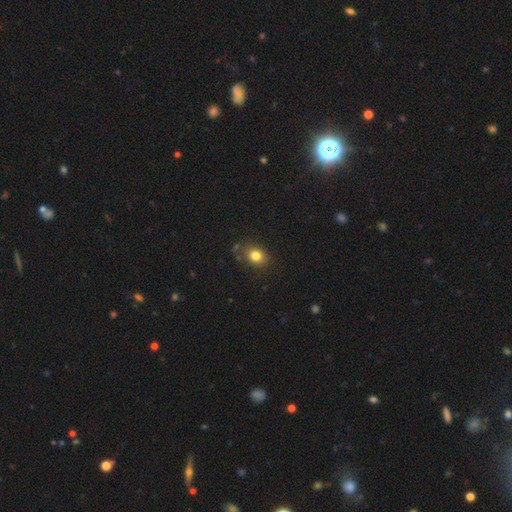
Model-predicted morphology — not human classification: smooth_or_featured: smooth (p=0.81) [alt: star or artifact p=0.12]
how_rounded: round (p=0.57) [alt: in between p=0.42]
merging: none (p=0.80) [alt: minor disturbance p=0.14]